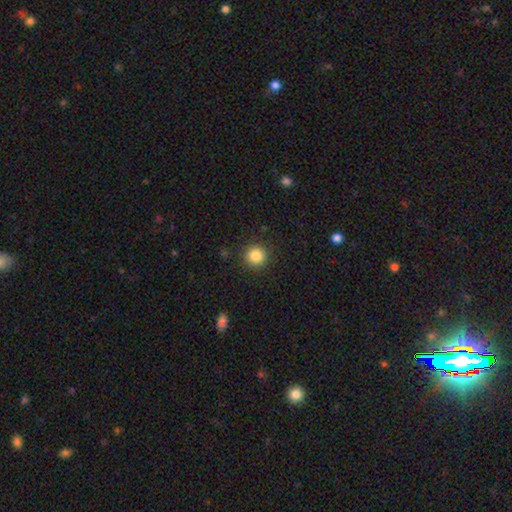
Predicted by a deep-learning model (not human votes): This is clearly a smooth galaxy (85%). How rounded: clearly round (94%). Merging: clearly none (91%).